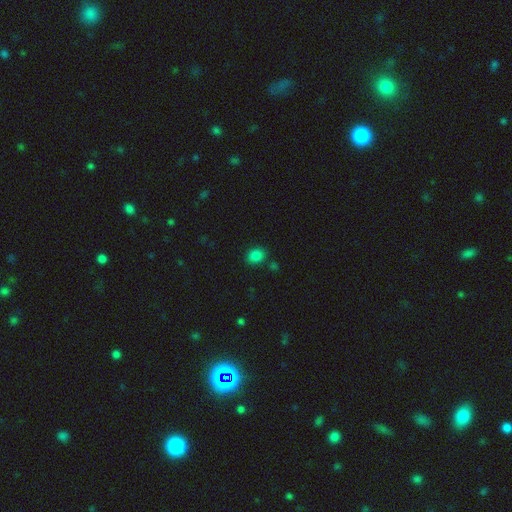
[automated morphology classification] A smooth galaxy with no disk features (83%) that is in between round and cigar-shaped (53%).

Vote fractions:
- Smooth or featured? smooth: 83% / star or artifact: 13% / featured or disk: 4%
- How rounded? in between: 53% / round: 46% / cigar-shaped: 1%
- Merging? none: 82% / minor disturbance: 10% / merger: 5% / major disturbance: 3%